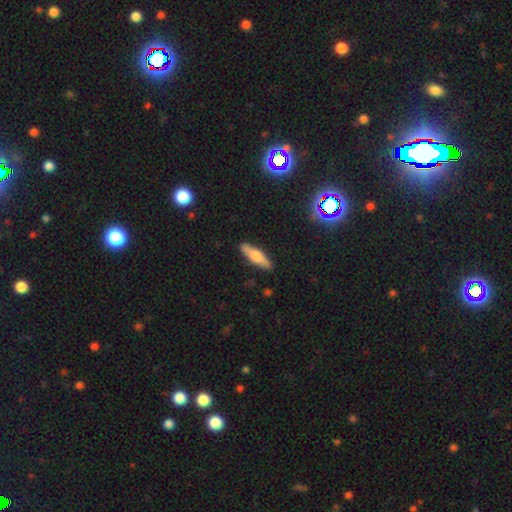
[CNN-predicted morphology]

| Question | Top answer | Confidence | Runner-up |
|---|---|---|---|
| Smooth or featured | smooth | 59% | featured or disk (34%) |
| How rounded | cigar-shaped | 68% | in between (30%) |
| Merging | none | 88% | minor disturbance (9%) |